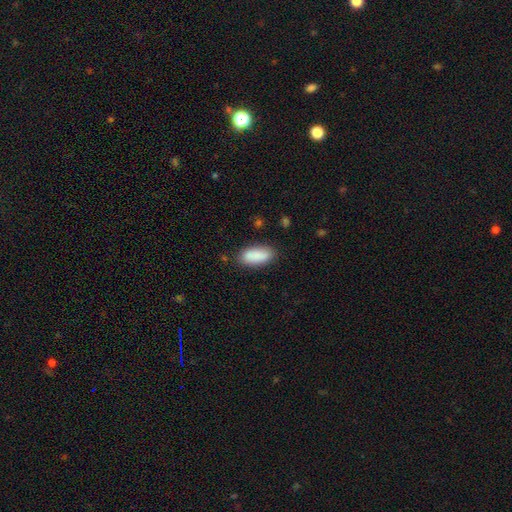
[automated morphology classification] Smooth or featured? smooth (87%)
How rounded? in between (83%)
Merging? none (83%)